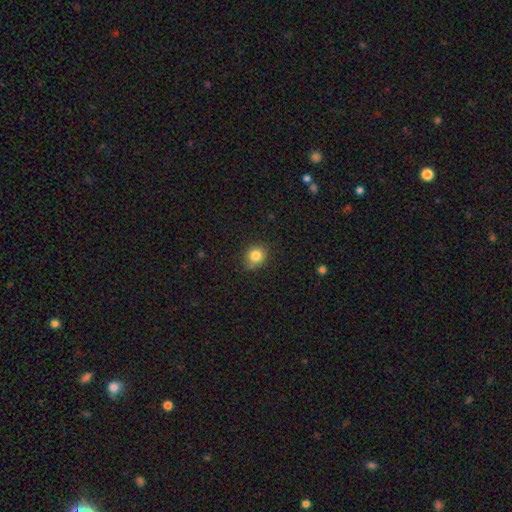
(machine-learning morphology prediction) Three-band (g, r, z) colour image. It shows a smooth galaxy with no disk features (82%) that is round (74%). Merging: none (76%).